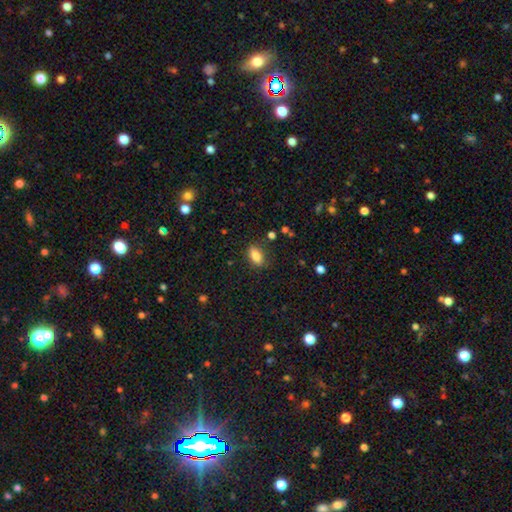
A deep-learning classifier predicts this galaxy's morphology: Overall: smooth (84%). How rounded: in between (86%). Merging: none (82%).